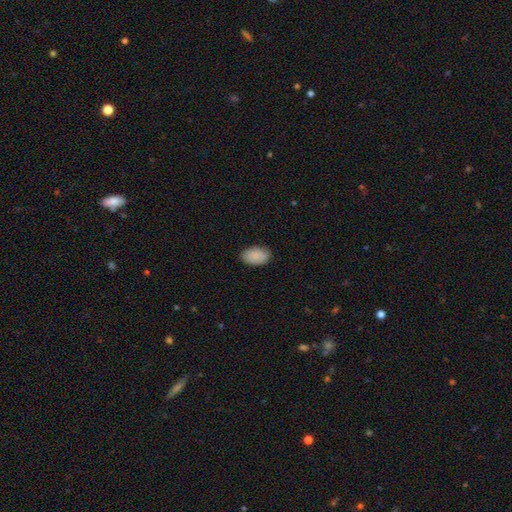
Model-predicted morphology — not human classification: The model was most divided on "merging": none: 82%, minor disturbance: 14%, major disturbance: 3%, merger: 1%. More confident: how rounded — in between (91%); smooth or featured — smooth (88%).